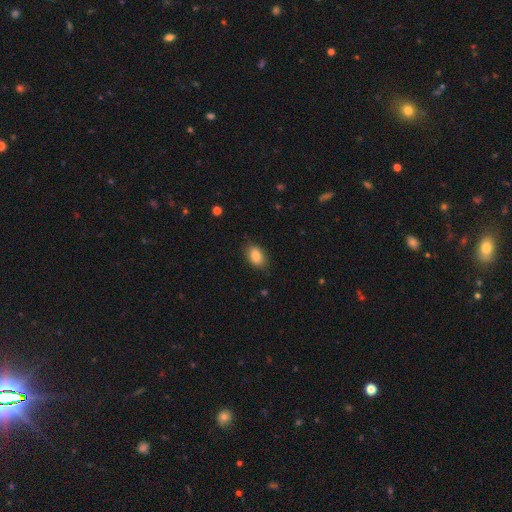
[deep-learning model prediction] Morphology: type=smooth (86%); roundness=in between (85%); merging=none (83%).